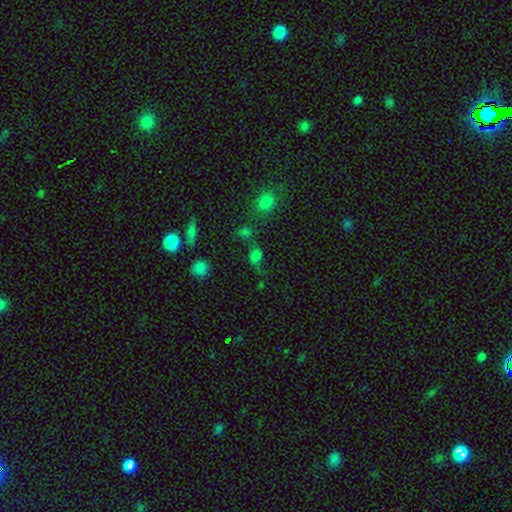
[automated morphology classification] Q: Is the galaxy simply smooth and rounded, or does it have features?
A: smooth — 59%.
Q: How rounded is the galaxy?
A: round — 53%.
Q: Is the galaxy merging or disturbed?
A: none — 44%.